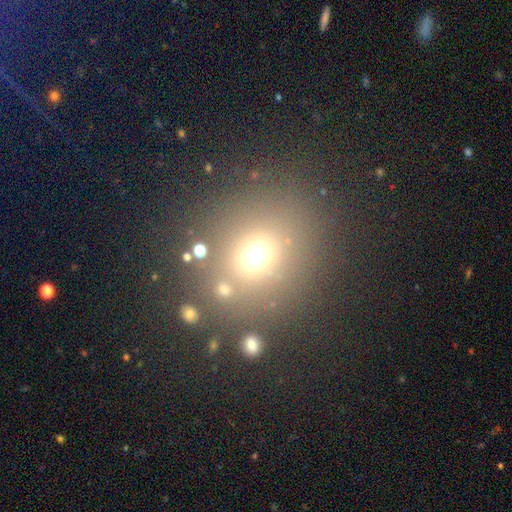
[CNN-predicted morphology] Smooth or featured? smooth (63%)
How rounded? round (78%)
Merging? none (78%)